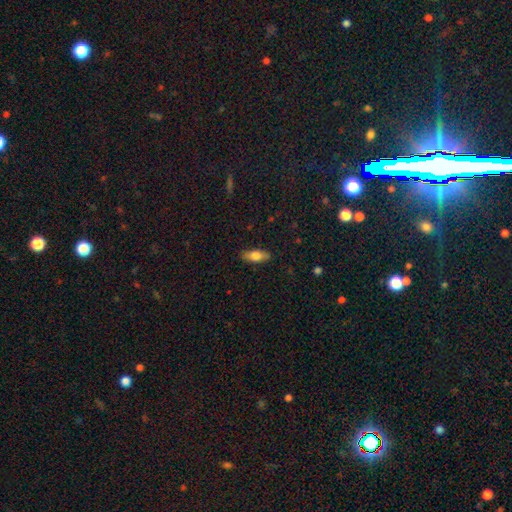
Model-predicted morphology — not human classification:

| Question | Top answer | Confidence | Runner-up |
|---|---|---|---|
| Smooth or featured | smooth | 70% | featured or disk (23%) |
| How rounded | in between | 72% | cigar-shaped (25%) |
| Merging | none | 87% | minor disturbance (10%) |